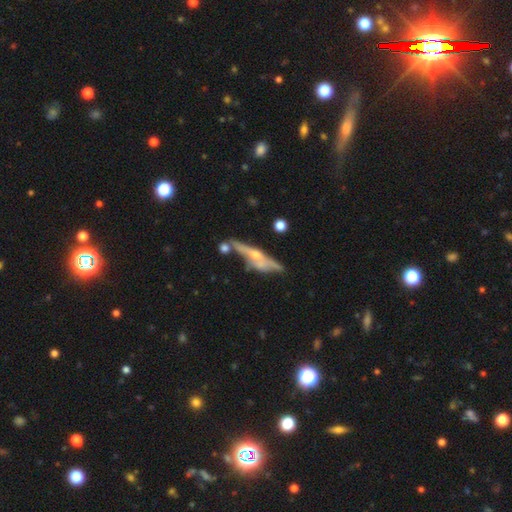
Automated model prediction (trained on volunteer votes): Smooth or featured? Predicted: featured or disk (p=0.69). Edge-on disk? Predicted: yes (p=0.85). Edge-on bulge? Predicted: rounded (p=0.81). Merging? Predicted: none (p=0.52).